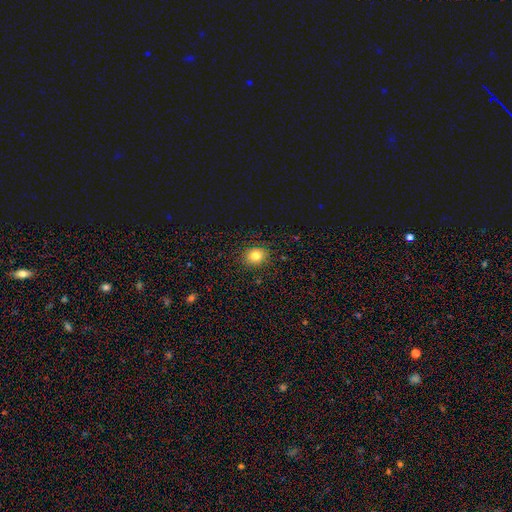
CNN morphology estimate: Smooth or featured? smooth (80%)
How rounded? round (62%)
Merging? none (89%)